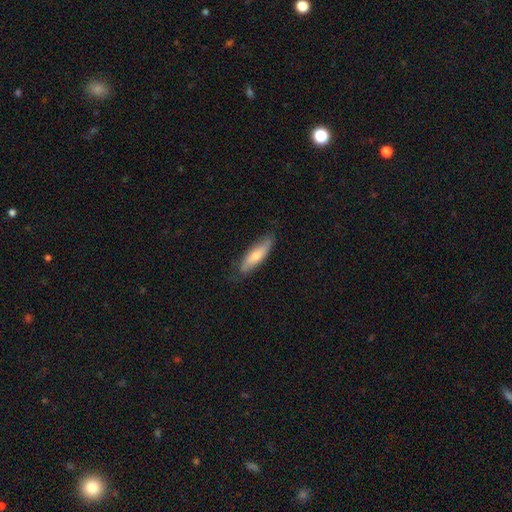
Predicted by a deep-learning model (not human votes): smooth 55%, featured or disk 37%, star or artifact 7%. Down the decision tree: how rounded — cigar-shaped (68%); merging — none (79%).